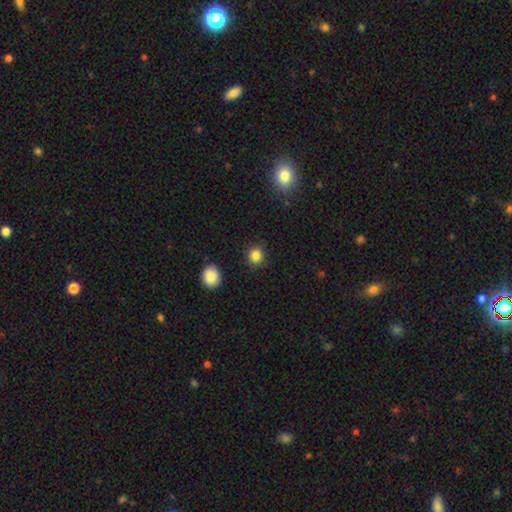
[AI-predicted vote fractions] Q: Smooth or featured?
A: smooth (85%); runner-up: star or artifact (11%)
Q: How rounded?
A: round (81%); runner-up: in between (18%)
Q: Merging?
A: none (88%); runner-up: minor disturbance (8%)